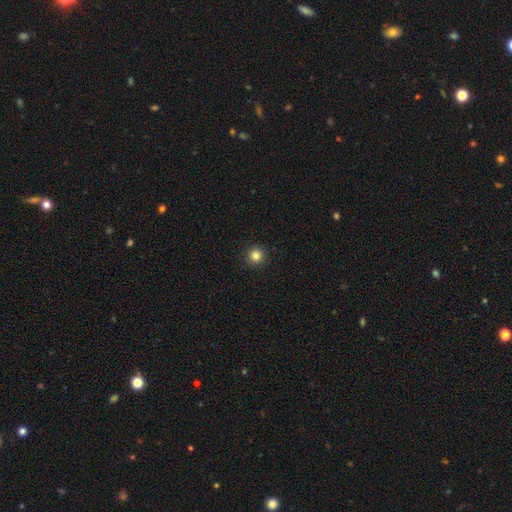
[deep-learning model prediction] This is clearly a smooth galaxy (84%). How rounded: clearly round (96%). Merging: clearly none (93%).